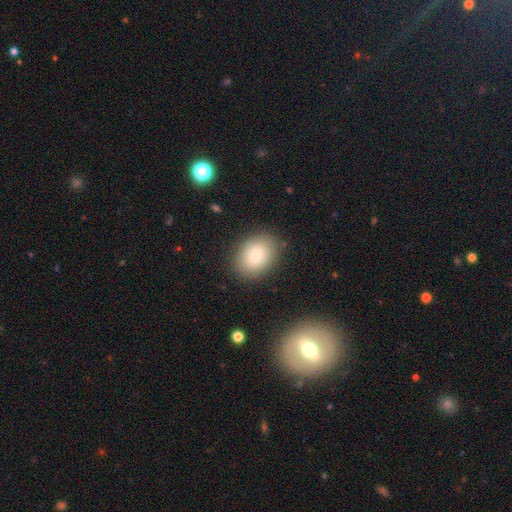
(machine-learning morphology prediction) Q: Smooth or featured?
A: smooth (80%); runner-up: featured or disk (12%)
Q: How rounded?
A: in between (71%); runner-up: round (28%)
Q: Merging?
A: none (83%); runner-up: minor disturbance (12%)